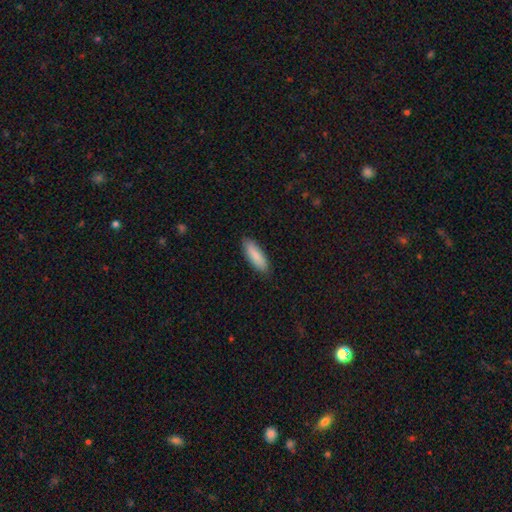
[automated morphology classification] Overall: smooth (88%). How rounded: in between (54%; cigar-shaped 44%). Merging: none (88%).